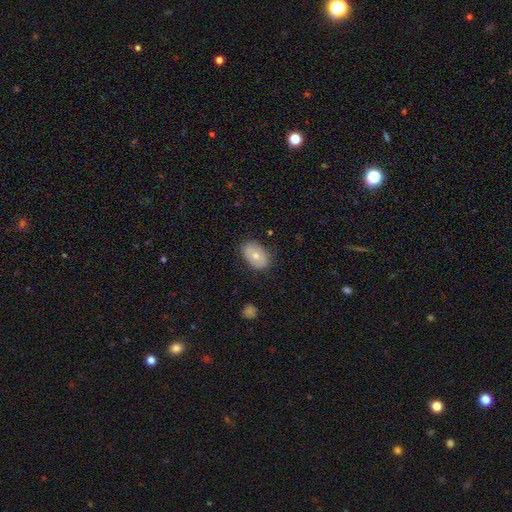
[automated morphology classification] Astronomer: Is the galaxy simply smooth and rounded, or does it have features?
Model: smooth — 66%.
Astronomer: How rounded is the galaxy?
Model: in between — 82%.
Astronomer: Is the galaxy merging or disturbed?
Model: none — 80%.